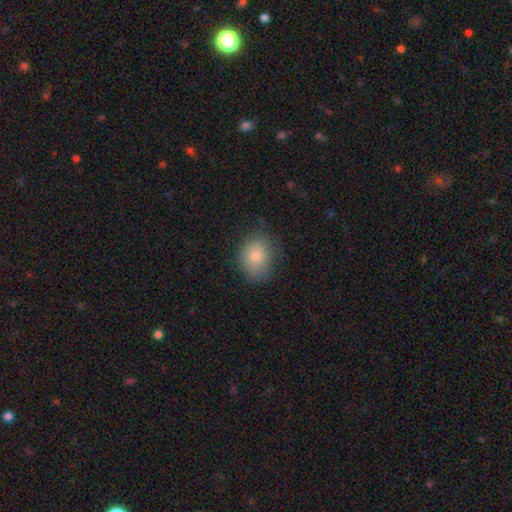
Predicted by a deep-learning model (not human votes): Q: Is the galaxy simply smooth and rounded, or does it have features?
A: smooth — 81%.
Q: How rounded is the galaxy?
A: round — 55%.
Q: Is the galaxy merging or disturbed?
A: none — 74%.